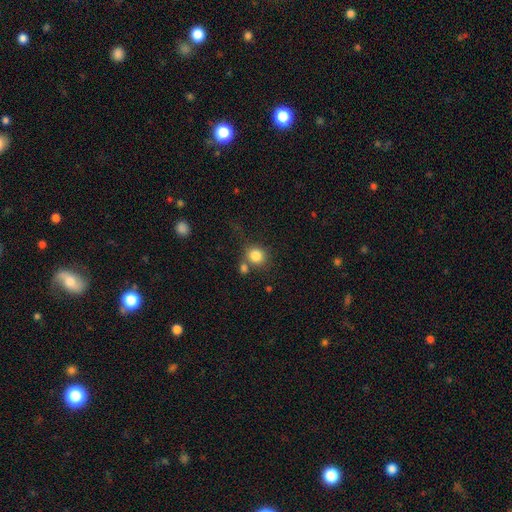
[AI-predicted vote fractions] A smooth galaxy with no disk features (83%) that is round (79%). Merging: none (62%).